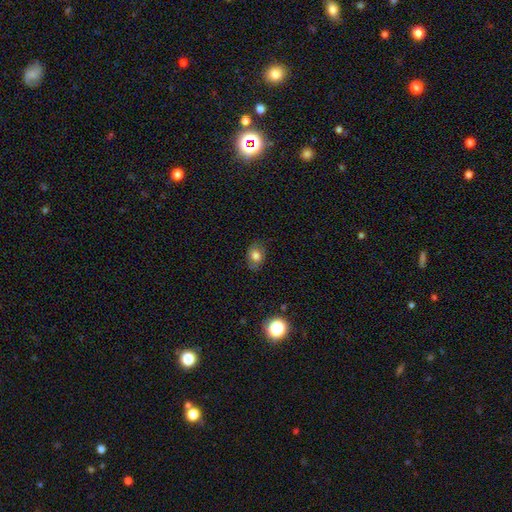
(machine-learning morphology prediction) Q: Smooth or featured?
A: smooth (76%); runner-up: featured or disk (13%)
Q: How rounded?
A: in between (65%); runner-up: round (34%)
Q: Merging?
A: none (78%); runner-up: minor disturbance (17%)